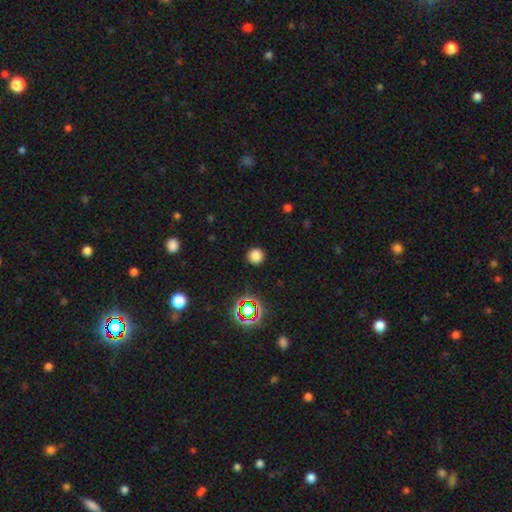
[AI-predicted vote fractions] Morphology: type=smooth (78%); roundness=round (94%); merging=none (91%).